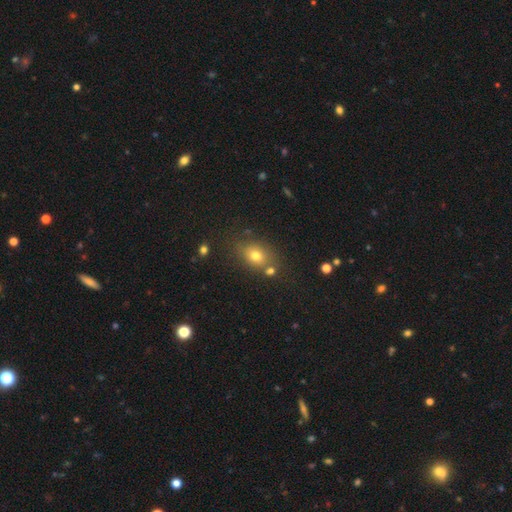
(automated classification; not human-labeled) Smooth or featured? Predicted: smooth (p=0.74). How rounded? Predicted: in between (p=0.59). Merging? Predicted: none (p=0.68).